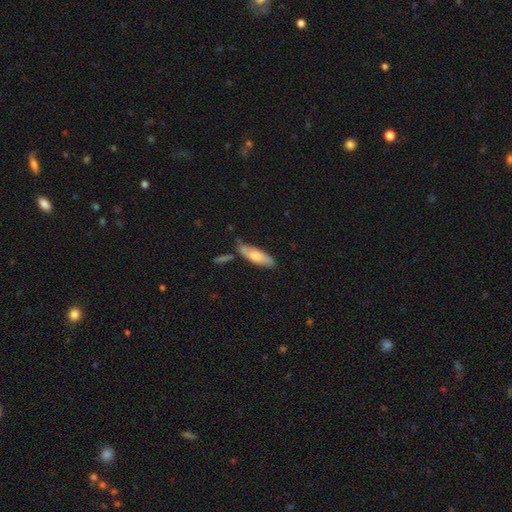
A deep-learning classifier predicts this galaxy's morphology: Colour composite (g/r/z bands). It shows a smooth galaxy with no disk features (66%) that is in between round and cigar-shaped (53%). Merging: none (65%).